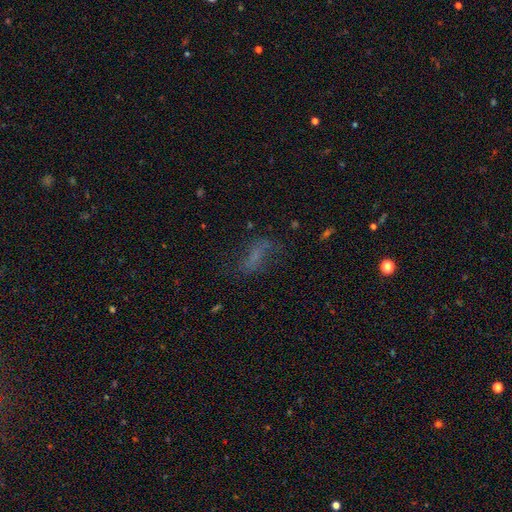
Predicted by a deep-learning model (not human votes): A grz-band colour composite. It shows a smooth galaxy with no disk features (47%). Merging: none (54%).